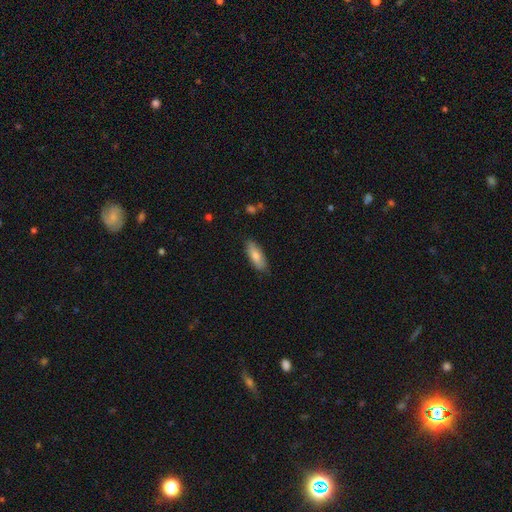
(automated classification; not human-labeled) Smooth or featured: smooth — 78% (featured or disk — 16%)
How rounded: in between — 68% (cigar-shaped — 30%)
Merging: none — 84% (minor disturbance — 13%)